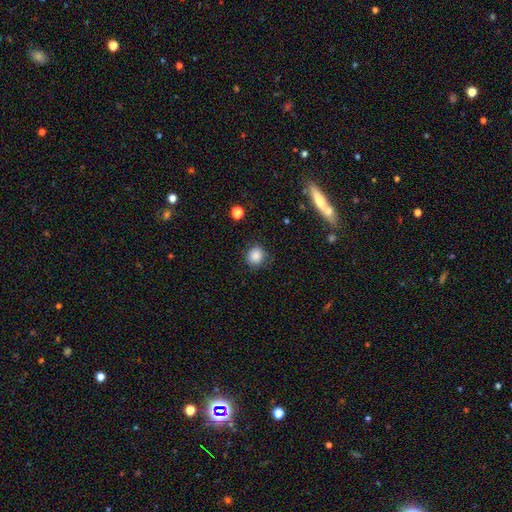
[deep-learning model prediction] Smooth or featured? Predicted: smooth (p=0.86). How rounded? Predicted: round (p=0.86). Merging? Predicted: none (p=0.84).